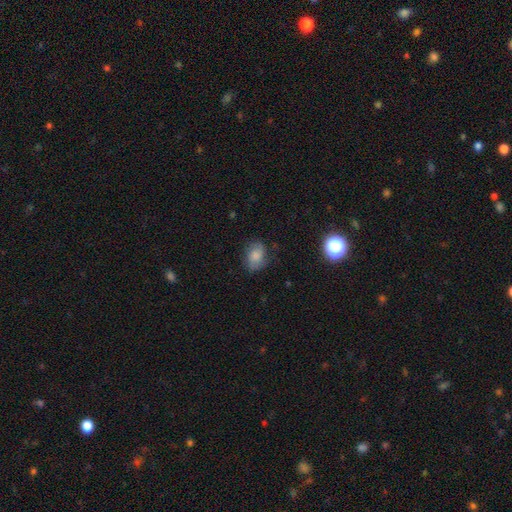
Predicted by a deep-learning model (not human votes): A smooth galaxy with no disk features (77%) that is in between round and cigar-shaped (71%).

Vote fractions:
- Smooth or featured? smooth: 77% / featured or disk: 13% / star or artifact: 10%
- How rounded? in between: 71% / round: 27% / cigar-shaped: 1%
- Merging? none: 68% / minor disturbance: 23% / major disturbance: 7% / merger: 1%